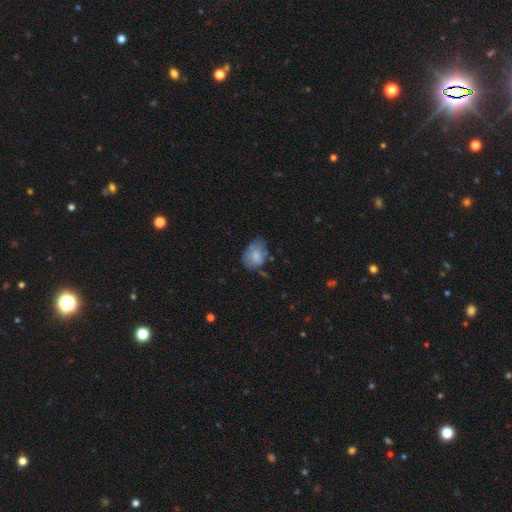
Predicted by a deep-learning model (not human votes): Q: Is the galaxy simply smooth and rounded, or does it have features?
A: smooth — 65%.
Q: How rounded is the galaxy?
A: in between — 74%.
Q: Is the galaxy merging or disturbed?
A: none — 40%.